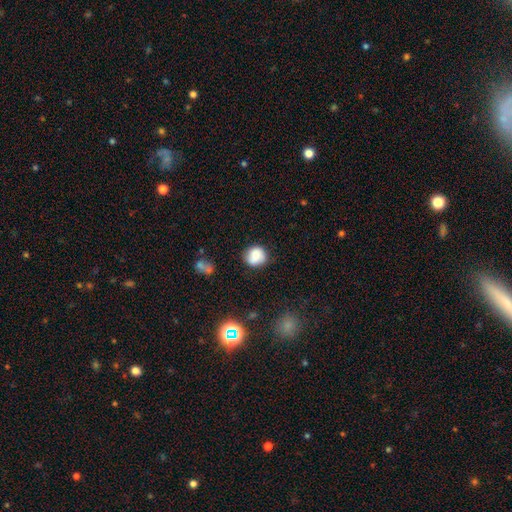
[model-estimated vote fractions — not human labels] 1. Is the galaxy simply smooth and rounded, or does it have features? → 79% smooth, 12% featured or disk, 9% star or artifact.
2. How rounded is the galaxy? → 84% round, 15% in between, 1% cigar-shaped.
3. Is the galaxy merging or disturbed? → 76% none, 17% minor disturbance, 4% major disturbance, 3% merger.